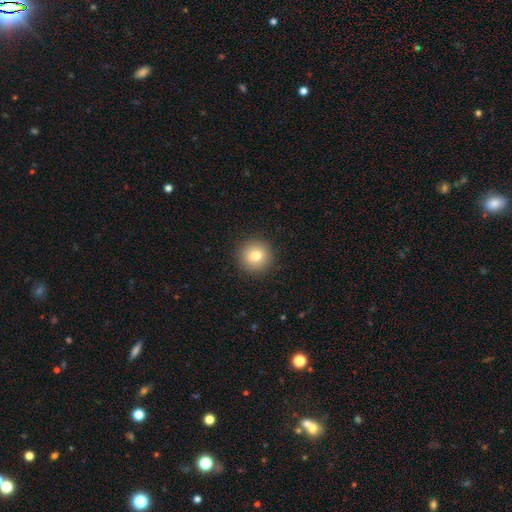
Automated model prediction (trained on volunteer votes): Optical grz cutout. It shows a smooth galaxy with no disk features (78%) that is round (95%). Merging: none (92%).